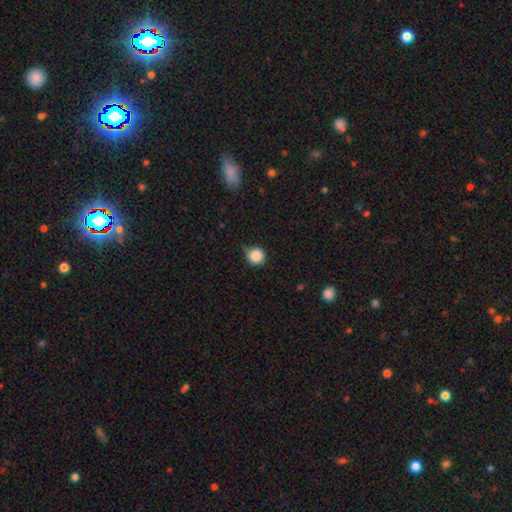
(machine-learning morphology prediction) A smooth galaxy with no disk features (86%) that is round (91%). Merging: none (57%).